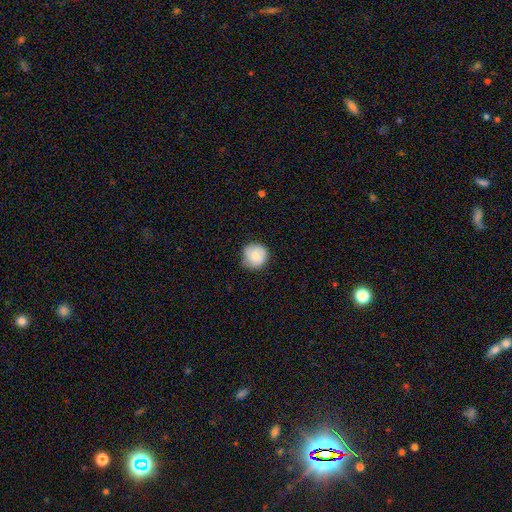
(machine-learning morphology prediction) This appears to be a smooth galaxy with no disk features (80%) that is round (92%). Merging: none (71%).